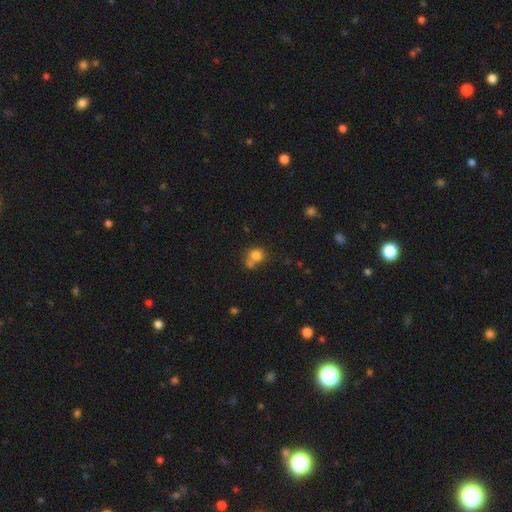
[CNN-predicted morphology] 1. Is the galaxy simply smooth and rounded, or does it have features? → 78% smooth, 12% star or artifact, 9% featured or disk.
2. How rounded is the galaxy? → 80% round, 19% in between, 1% cigar-shaped.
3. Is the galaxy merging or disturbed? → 46% none, 39% merger, 11% minor disturbance, 5% major disturbance.